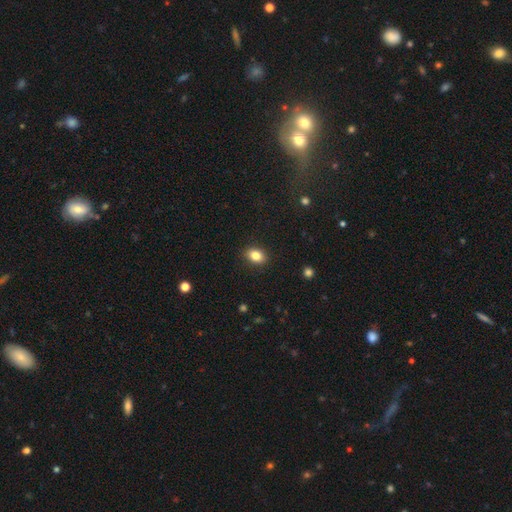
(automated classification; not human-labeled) Smooth or featured? smooth (84%)
How rounded? in between (75%)
Merging? none (89%)